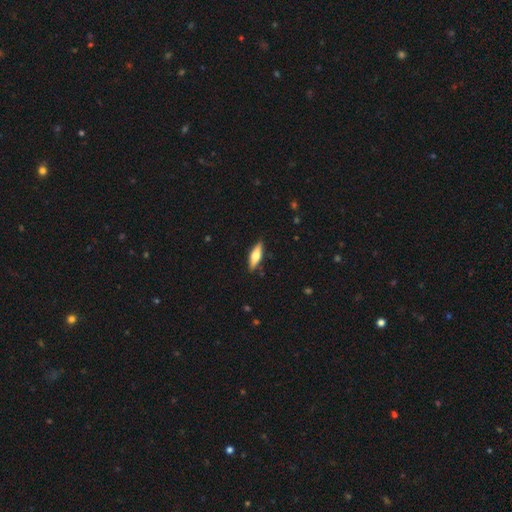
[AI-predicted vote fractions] smooth 56%, featured or disk 39%, star or artifact 6%. Down the decision tree: how rounded — cigar-shaped (54%); merging — none (88%).